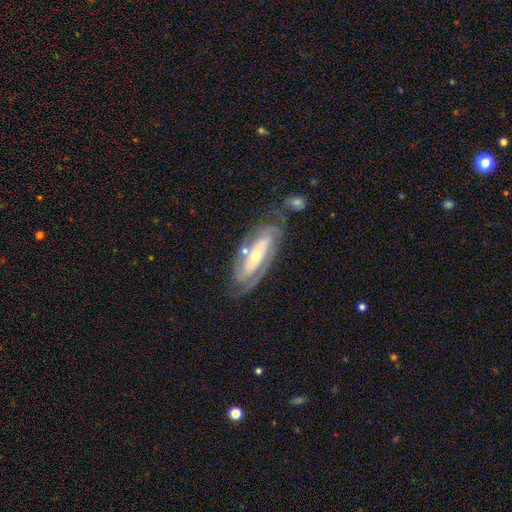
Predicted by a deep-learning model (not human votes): Smooth or featured? featured or disk (80%)
Edge-on disk? no (86%)
Bar? no (45%)
Spiral arms? yes (89%)
Spiral winding? tight (62%)
Spiral arm count? 2 (53%)
Bulge size? small (56%)
Merging? none (66%)